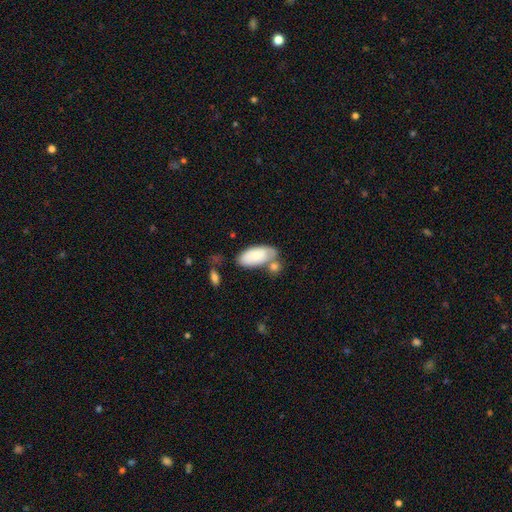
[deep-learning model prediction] Smooth or featured? Predicted: smooth (p=0.74). How rounded? Predicted: in between (p=0.93). Merging? Predicted: none (p=0.49).